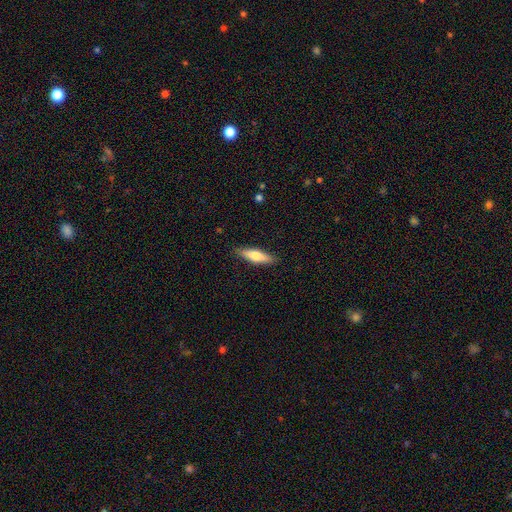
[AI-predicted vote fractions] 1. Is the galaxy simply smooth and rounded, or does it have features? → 64% smooth, 30% featured or disk, 6% star or artifact.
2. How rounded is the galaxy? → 67% cigar-shaped, 31% in between, 2% round.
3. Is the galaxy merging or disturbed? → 88% none, 9% minor disturbance, 2% major disturbance, 1% merger.